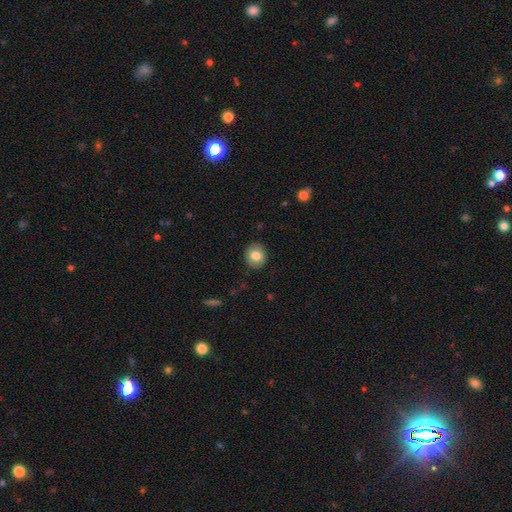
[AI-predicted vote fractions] smooth-or-featured: smooth: 81% | featured or disk: 10% | star or artifact: 8%
  how-rounded: round: 82% | in between: 17% | cigar-shaped: 1%
  merging: none: 90% | minor disturbance: 7% | major disturbance: 2% | merger: 1%